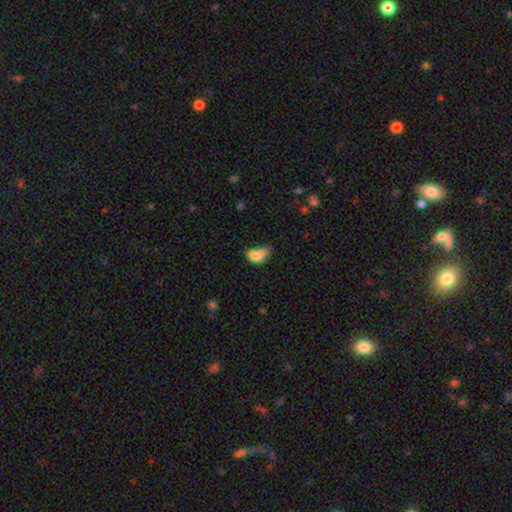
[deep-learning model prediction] Overall: smooth (75%). How rounded: in between (83%). Merging: minor disturbance (33%; major disturbance 30%).